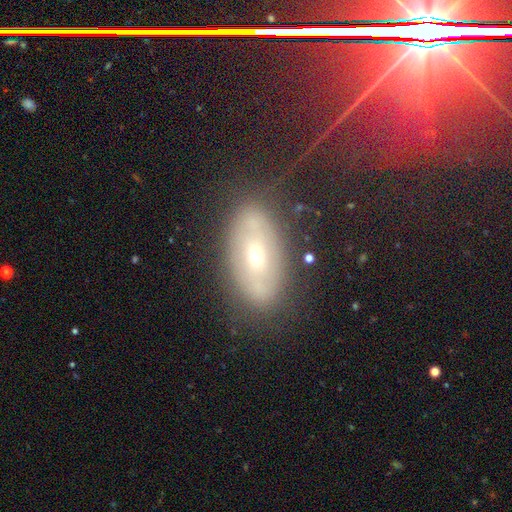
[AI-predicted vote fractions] Overall: featured or disk (58%; smooth 26%). Edge-on disk: no (86%). Bar: no (53%; weak 31%). Spiral arms: yes (50%, tied with no). Bulge size: small (53%; moderate 44%). Merging: none (80%).